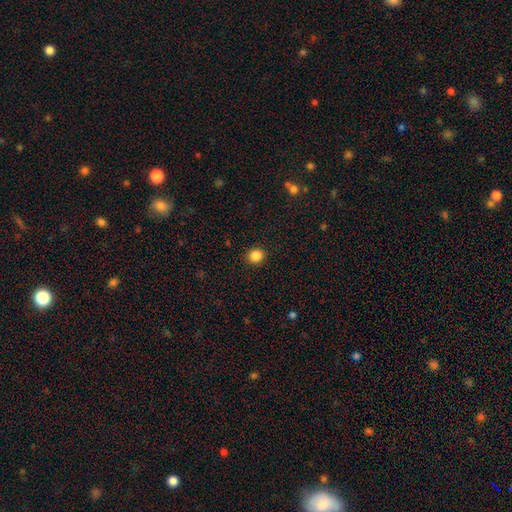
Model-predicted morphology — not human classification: This is clearly a smooth galaxy (86%). How rounded: clearly round (84%). Merging: clearly none (91%).